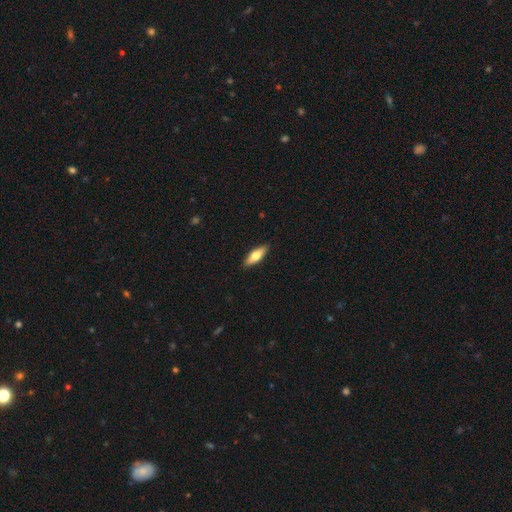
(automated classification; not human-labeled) This appears to be a smooth galaxy with no disk features (63%) that is in between round and cigar-shaped (56%). Merging: none (90%).